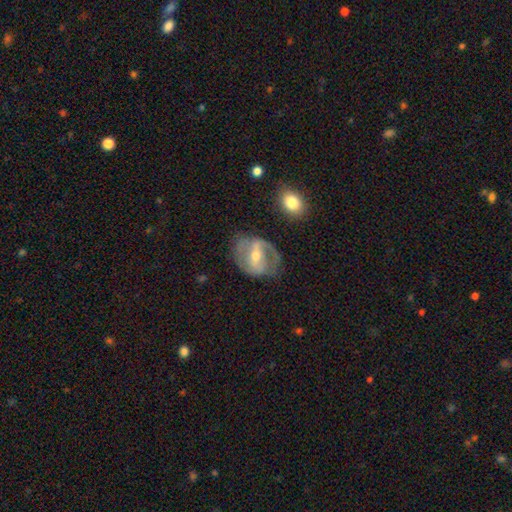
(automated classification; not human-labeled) This appears to be a featured or disk galaxy (74%) with a strong bar (52%), spiral arms (70%) and a moderate central bulge (58%). Merging: none (61%).